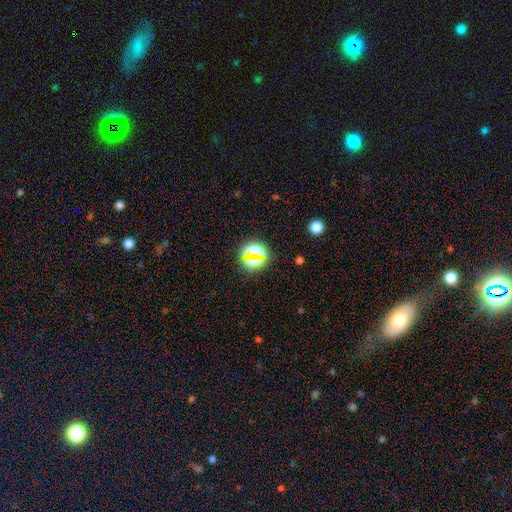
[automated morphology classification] Smooth or featured?
  - star or artifact: 59% *
  - smooth: 29%
  - featured or disk: 12%